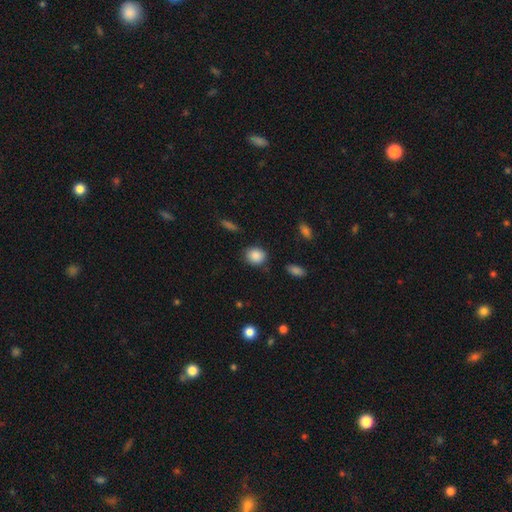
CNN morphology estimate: A smooth galaxy with no disk features (88%) that is round (65%). Merging: none (84%).